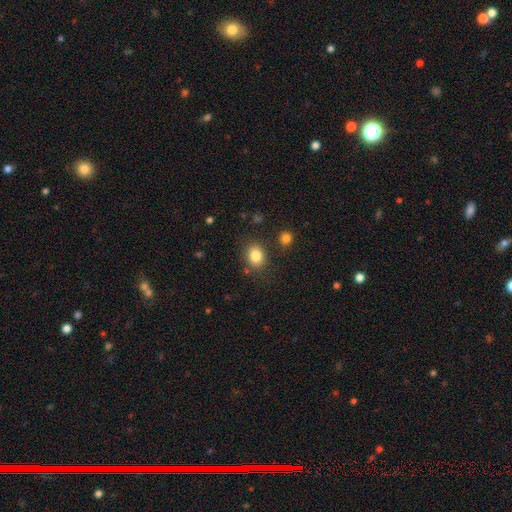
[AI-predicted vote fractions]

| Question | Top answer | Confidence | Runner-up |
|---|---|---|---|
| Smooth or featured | smooth | 83% | star or artifact (10%) |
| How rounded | in between | 50% | round (49%) |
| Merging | none | 81% | minor disturbance (11%) |